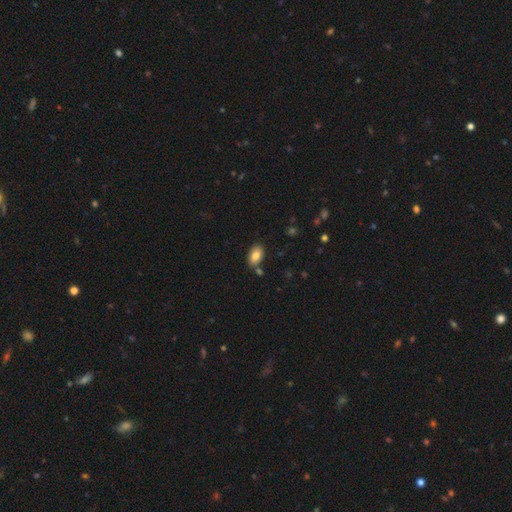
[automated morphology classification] Q: Smooth or featured?
A: smooth (82%); runner-up: featured or disk (11%)
Q: How rounded?
A: in between (92%); runner-up: round (6%)
Q: Merging?
A: none (76%); runner-up: minor disturbance (12%)